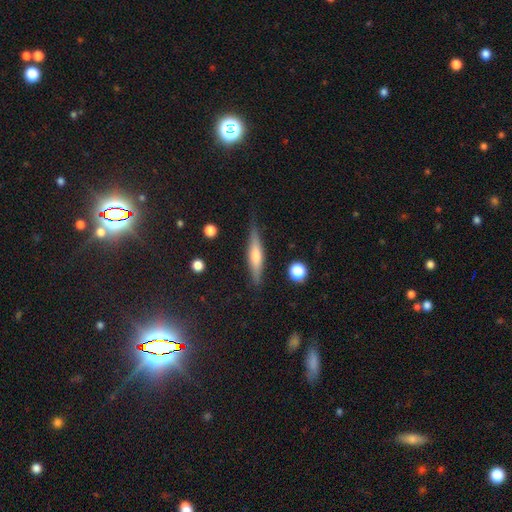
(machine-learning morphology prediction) Smooth or featured? featured or disk (49%)
Merging? none (84%)